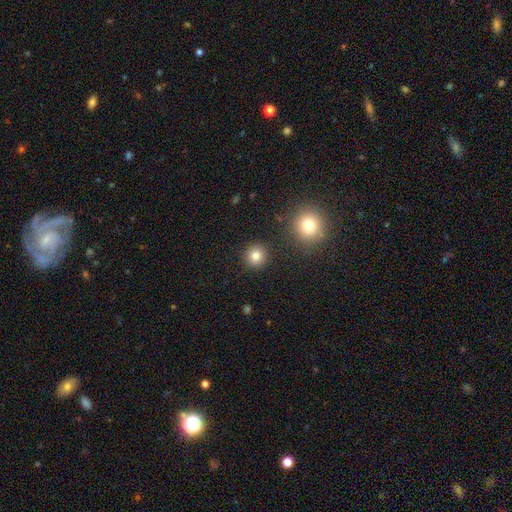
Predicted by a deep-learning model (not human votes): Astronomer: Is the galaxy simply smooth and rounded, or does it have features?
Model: smooth — 81%.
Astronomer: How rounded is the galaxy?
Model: round — 93%.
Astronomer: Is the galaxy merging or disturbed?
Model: none — 89%.